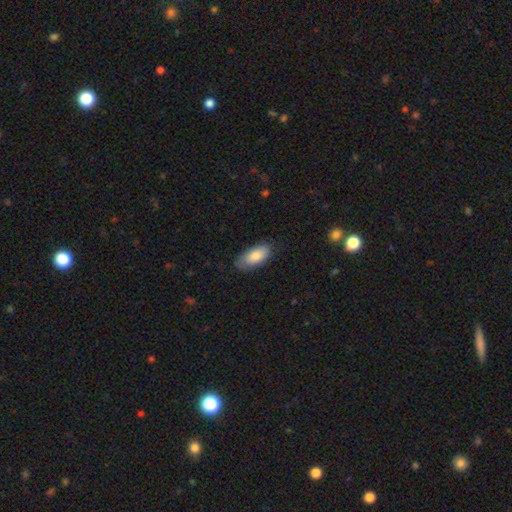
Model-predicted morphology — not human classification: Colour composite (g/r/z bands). It shows a smooth galaxy with no disk features (82%) that is in between round and cigar-shaped (90%). Merging: none (78%).